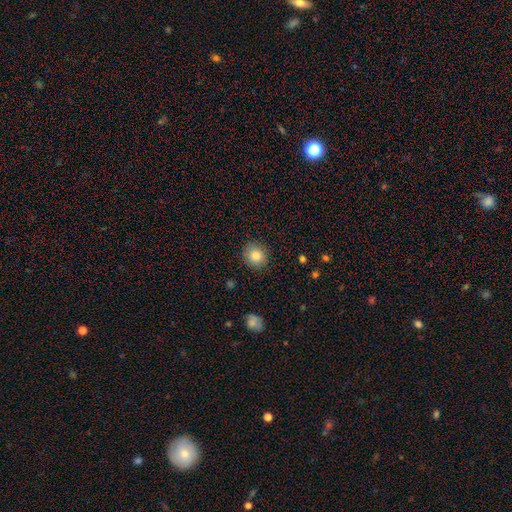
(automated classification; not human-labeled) Morphology: type=smooth (83%); roundness=round (87%); merging=none (88%).